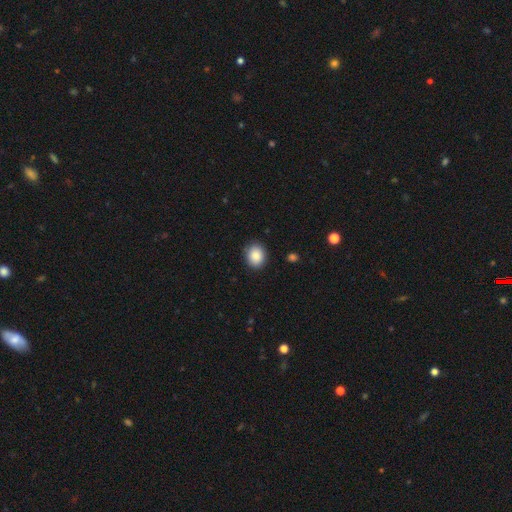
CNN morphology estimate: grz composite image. It shows a smooth galaxy with no disk features (87%) that is round (63%). Merging: none (88%).